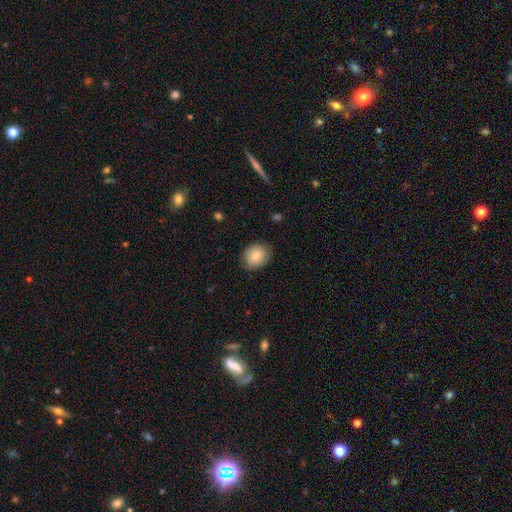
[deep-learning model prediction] Overall: smooth (81%). How rounded: round (54%; in between 45%). Merging: none (83%).